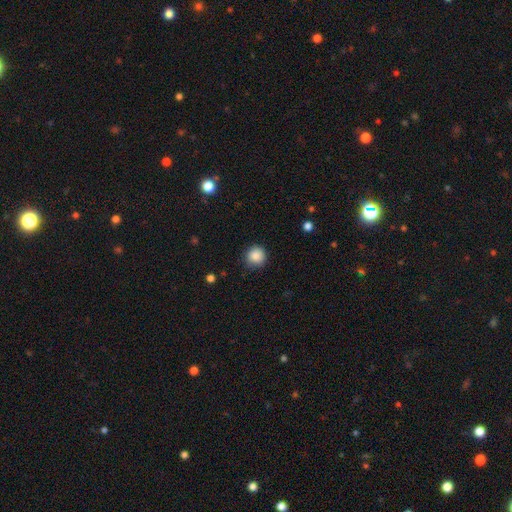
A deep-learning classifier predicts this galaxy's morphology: smooth 87%, star or artifact 9%, featured or disk 4%. Down the decision tree: how rounded — round (93%); merging — none (85%).